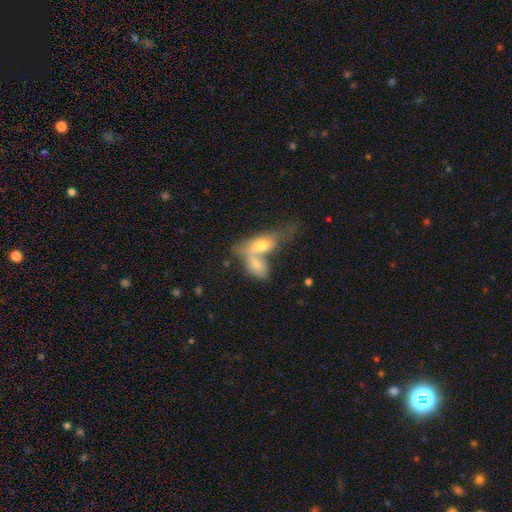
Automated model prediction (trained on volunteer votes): A smooth galaxy with no disk features (51%) that is in between round and cigar-shaped (70%). Merging: merger (67%).